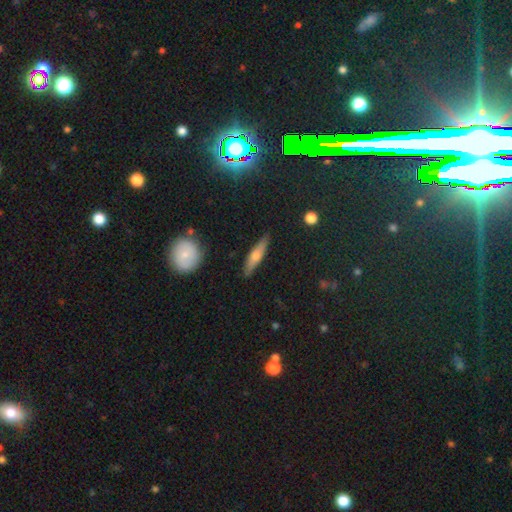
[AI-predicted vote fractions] Morphology: type=smooth (56%); roundness=cigar-shaped (78%); merging=none (86%).